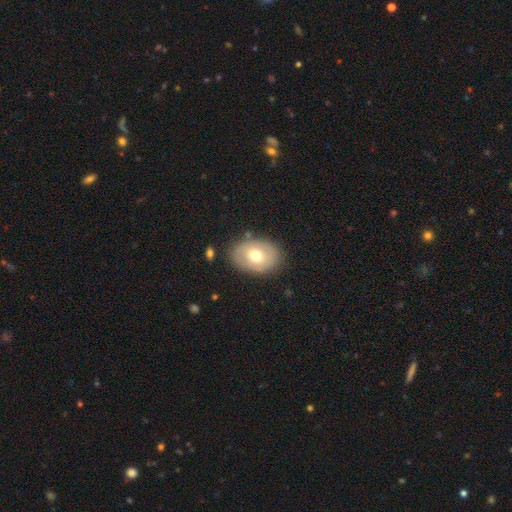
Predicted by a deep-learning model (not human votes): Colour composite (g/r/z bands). It shows a smooth galaxy with no disk features (60%) that is in between round and cigar-shaped (76%). Merging: none (81%).